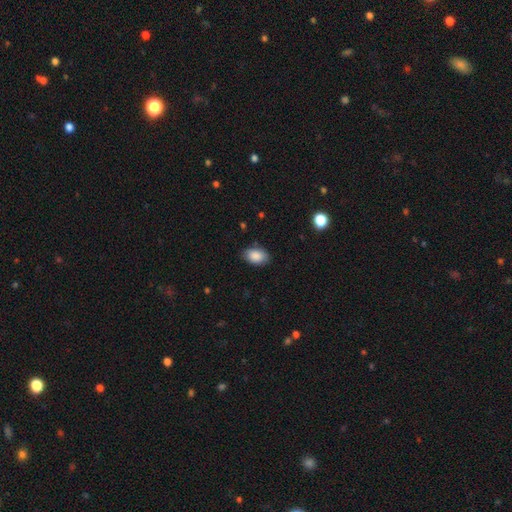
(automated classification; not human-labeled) A smooth galaxy with no disk features (88%) that is in between round and cigar-shaped (89%).

Vote fractions:
- Smooth or featured? smooth: 88% / star or artifact: 7% / featured or disk: 5%
- How rounded? in between: 89% / round: 10% / cigar-shaped: 1%
- Merging? none: 81% / minor disturbance: 15% / major disturbance: 3% / merger: 1%